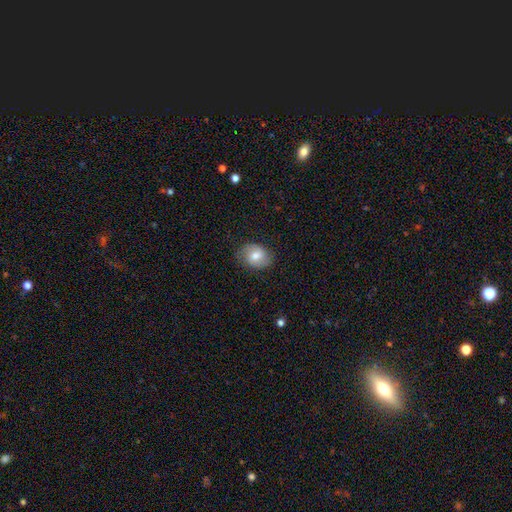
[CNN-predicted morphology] type=smooth (65%); roundness=in between (59%); merging=none (79%).